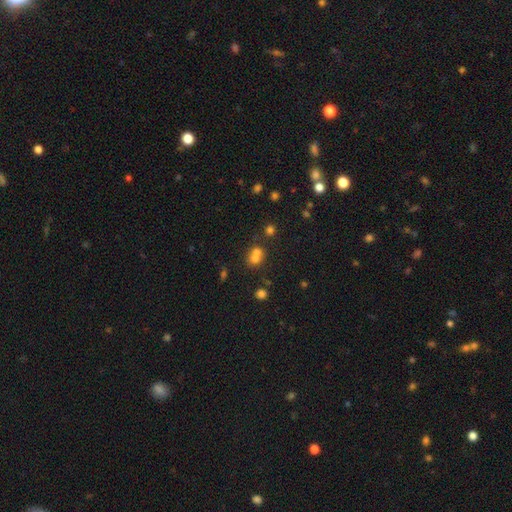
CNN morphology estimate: Smooth or featured? smooth (65%)
How rounded? round (73%)
Merging? merger (60%)